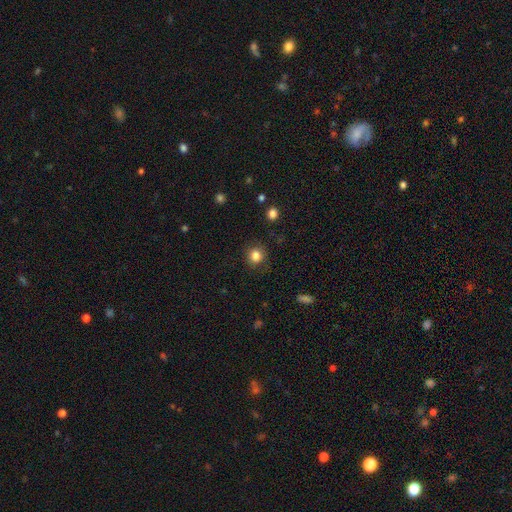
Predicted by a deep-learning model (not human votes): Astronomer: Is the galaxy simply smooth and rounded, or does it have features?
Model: smooth — 84%.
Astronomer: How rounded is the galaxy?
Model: round — 84%.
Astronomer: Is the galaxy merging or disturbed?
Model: none — 86%.